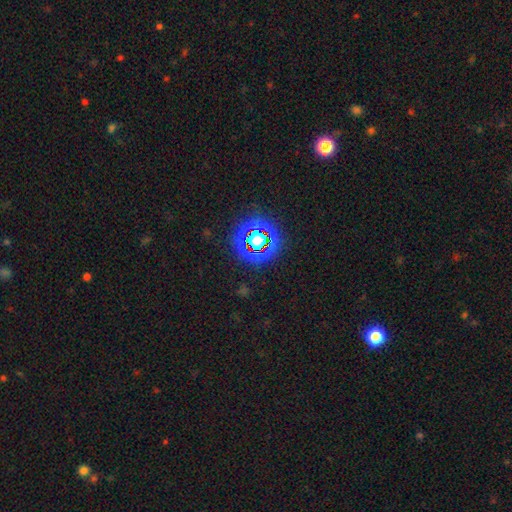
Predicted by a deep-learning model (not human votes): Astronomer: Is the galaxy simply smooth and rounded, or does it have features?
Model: star or artifact — 76%.